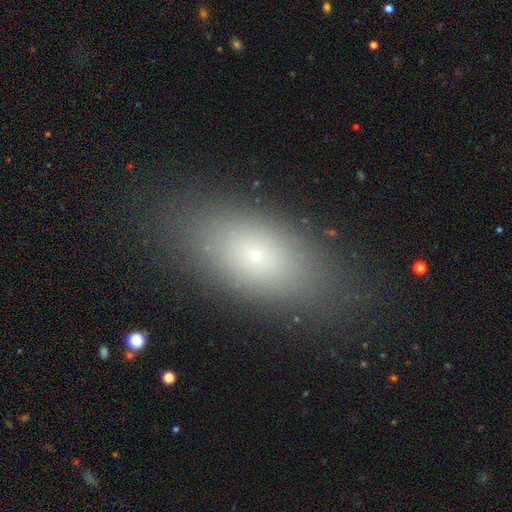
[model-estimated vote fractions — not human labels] Overall: smooth (67%). How rounded: in between (81%). Merging: none (85%).